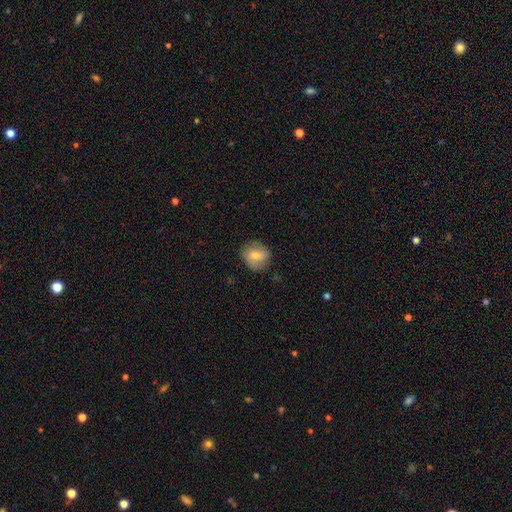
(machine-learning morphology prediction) smooth-or-featured: smooth: 63% | featured or disk: 29% | star or artifact: 8%
  how-rounded: round: 77% | in between: 22% | cigar-shaped: 1%
  merging: none: 77% | minor disturbance: 17% | major disturbance: 5% | merger: 1%